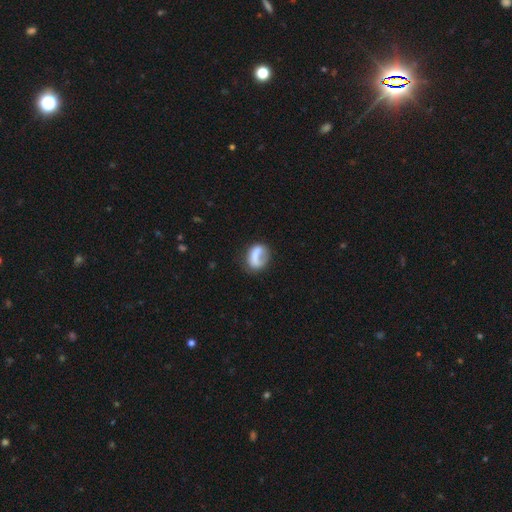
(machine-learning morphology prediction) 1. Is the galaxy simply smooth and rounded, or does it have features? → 59% smooth, 33% featured or disk, 8% star or artifact.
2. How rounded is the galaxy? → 62% in between, 35% round, 3% cigar-shaped.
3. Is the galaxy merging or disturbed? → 45% none, 26% major disturbance, 22% minor disturbance, 6% merger.